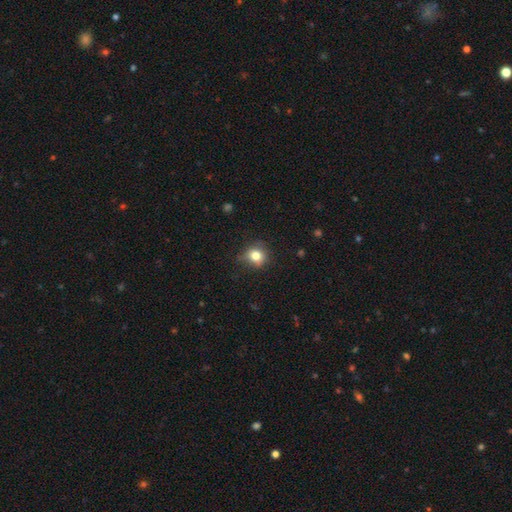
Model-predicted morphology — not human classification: The model was most divided on "merging": none: 74%, minor disturbance: 20%, major disturbance: 4%, merger: 1%. More confident: how rounded — round (81%); smooth or featured — smooth (79%).